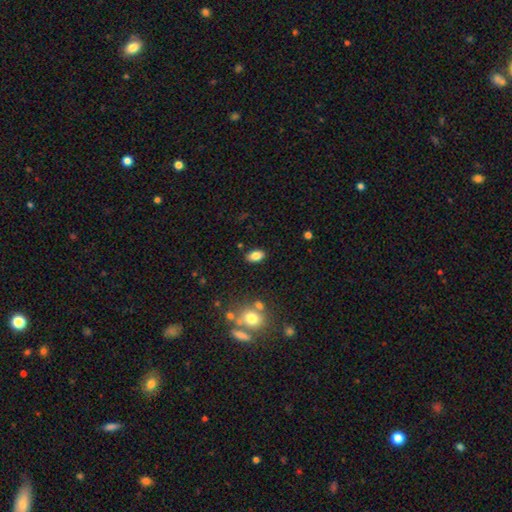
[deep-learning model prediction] The model was most divided on "smooth or featured": smooth: 82%, star or artifact: 10%, featured or disk: 9%. More confident: how rounded — in between (90%); merging — none (85%).